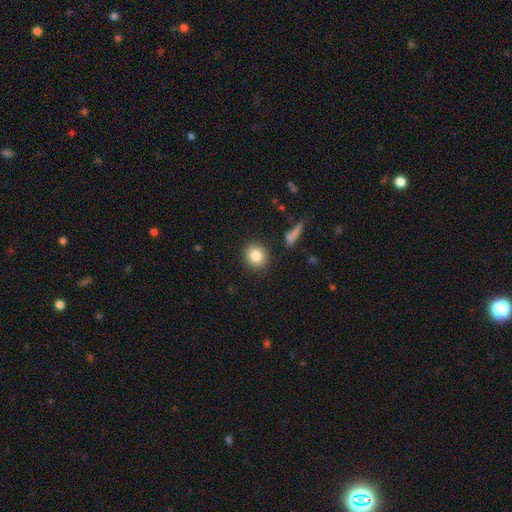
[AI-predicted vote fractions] Morphology: type=smooth (84%); roundness=round (85%); merging=none (88%).